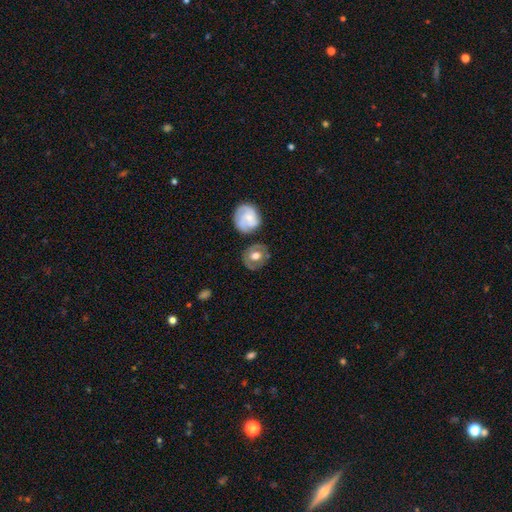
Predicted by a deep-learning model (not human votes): A smooth galaxy with no disk features (49%).

Vote fractions:
- Smooth or featured? smooth: 49% / featured or disk: 44% / star or artifact: 7%
- Merging? none: 70% / minor disturbance: 15% / merger: 9% / major disturbance: 6%